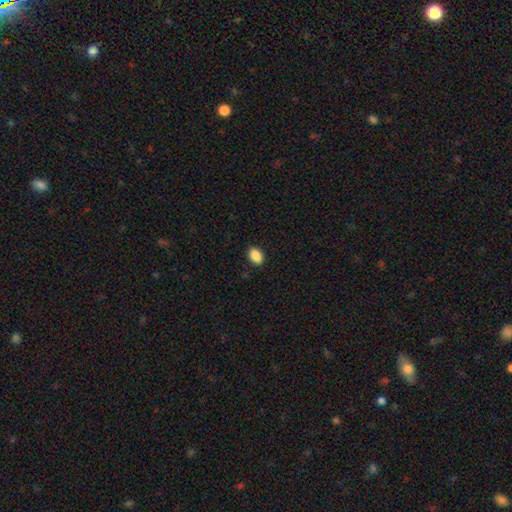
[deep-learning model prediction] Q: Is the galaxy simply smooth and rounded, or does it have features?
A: smooth — 88%.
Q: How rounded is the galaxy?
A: in between — 83%.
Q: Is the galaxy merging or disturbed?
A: none — 89%.